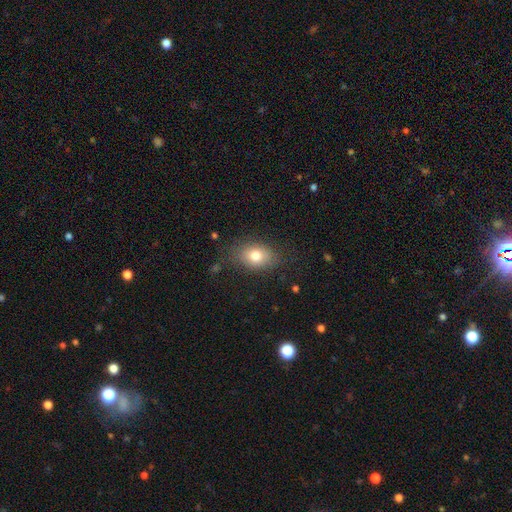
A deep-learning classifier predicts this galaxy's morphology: This appears to be a smooth galaxy with no disk features (78%) that is in between round and cigar-shaped (76%). Merging: none (78%).